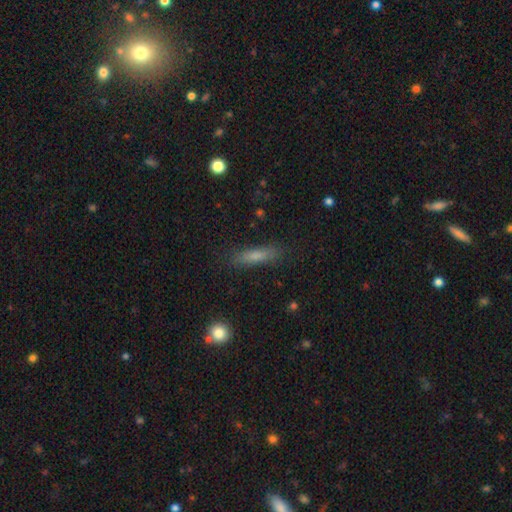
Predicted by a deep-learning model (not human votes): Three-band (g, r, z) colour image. It shows a smooth galaxy with no disk features (73%) that is cigar-shaped (77%). Merging: none (83%).